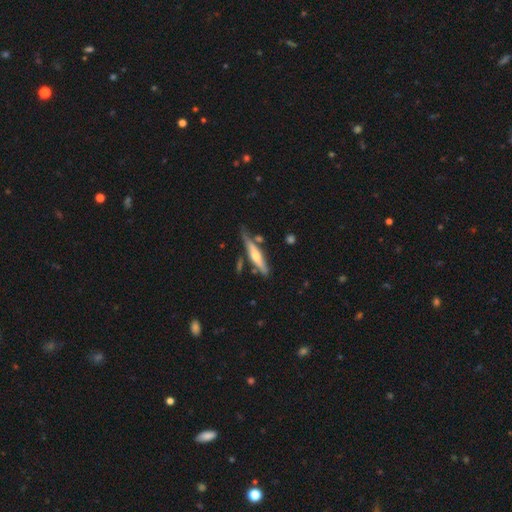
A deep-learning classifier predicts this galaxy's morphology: Q: Smooth or featured?
A: featured or disk (61%); runner-up: smooth (33%)
Q: Edge-on disk?
A: yes (93%); runner-up: no (7%)
Q: Edge-on bulge?
A: rounded (85%); runner-up: none (9%)
Q: Merging?
A: none (67%); runner-up: minor disturbance (19%)